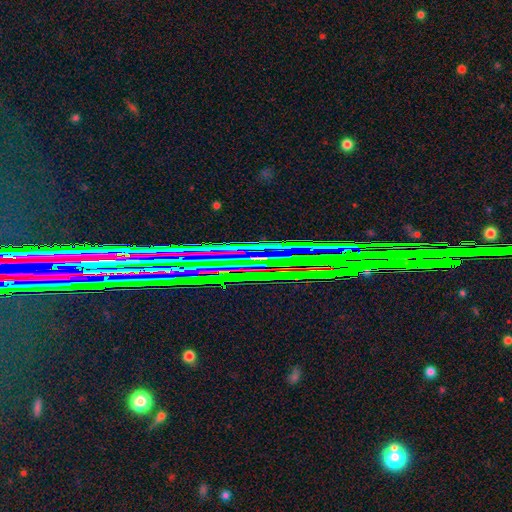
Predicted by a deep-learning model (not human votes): Overall: star or artifact (79%).